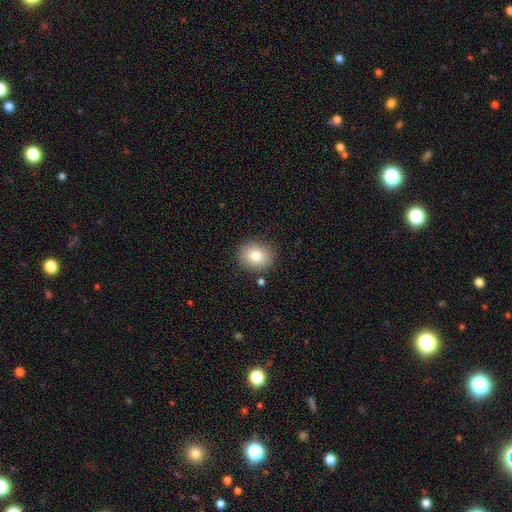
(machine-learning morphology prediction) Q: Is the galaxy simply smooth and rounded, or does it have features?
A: smooth — 81%.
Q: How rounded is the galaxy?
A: round — 67%.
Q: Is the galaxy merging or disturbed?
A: none — 86%.